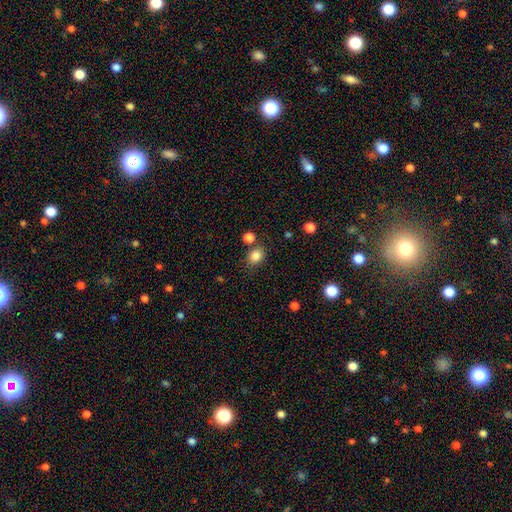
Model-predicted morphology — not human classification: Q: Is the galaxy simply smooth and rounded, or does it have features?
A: smooth — 84%.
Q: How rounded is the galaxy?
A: round — 56%.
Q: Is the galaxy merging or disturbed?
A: none — 74%.